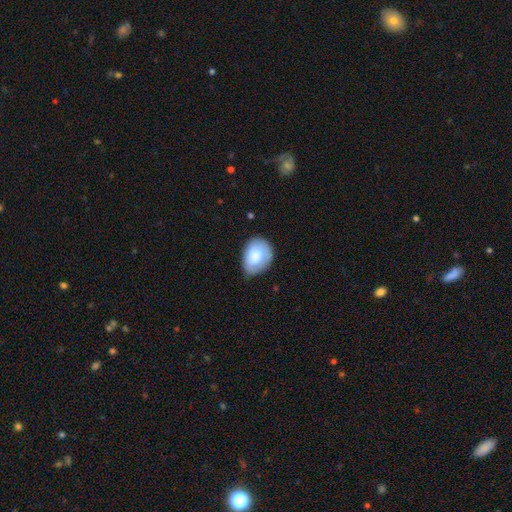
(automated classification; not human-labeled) smooth-or-featured: smooth: 77% | featured or disk: 17% | star or artifact: 6%
  how-rounded: in between: 74% | round: 25% | cigar-shaped: 1%
  merging: none: 62% | minor disturbance: 29% | major disturbance: 8% | merger: 2%